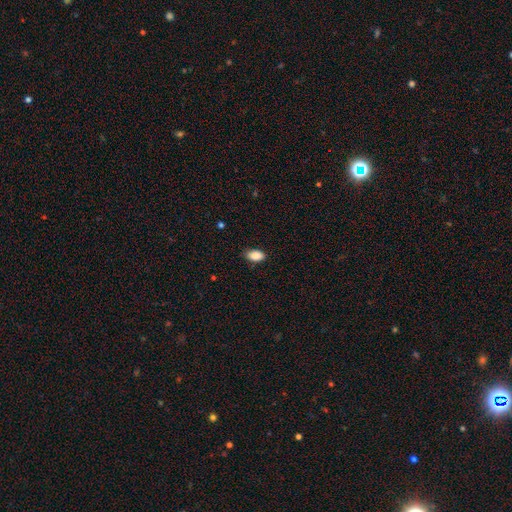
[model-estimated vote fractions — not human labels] Smooth or featured? Predicted: smooth (p=0.89). How rounded? Predicted: in between (p=0.93). Merging? Predicted: none (p=0.82).